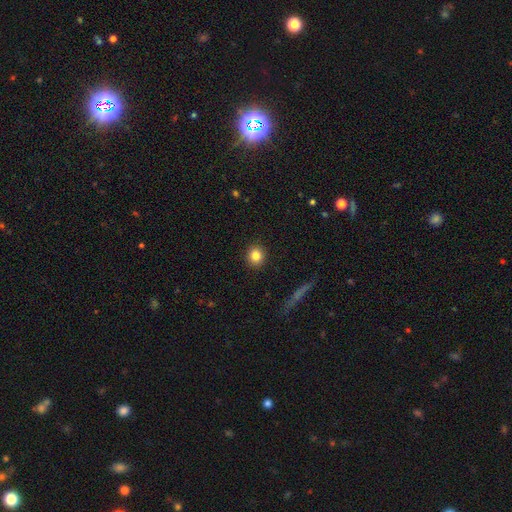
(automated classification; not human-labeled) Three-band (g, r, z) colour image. It shows a smooth galaxy with no disk features (82%) that is round (87%). Merging: none (92%).